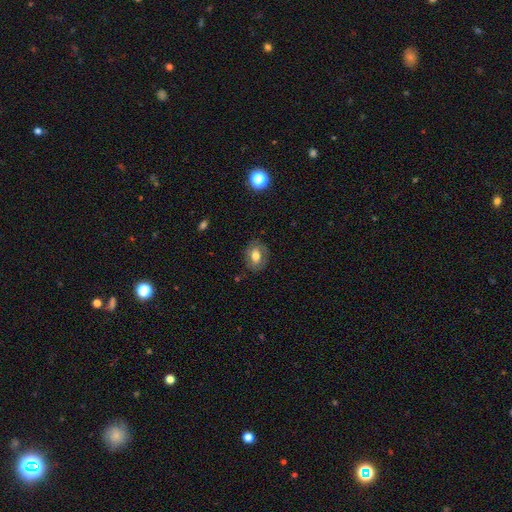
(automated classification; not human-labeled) Smooth or featured: smooth — 61% (featured or disk — 30%)
How rounded: in between — 67% (round — 32%)
Merging: none — 79% (minor disturbance — 14%)